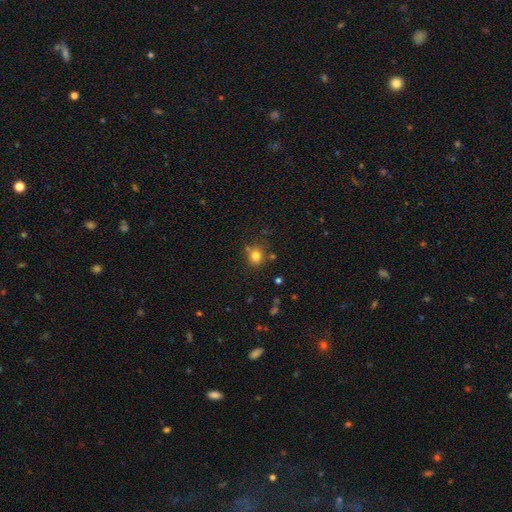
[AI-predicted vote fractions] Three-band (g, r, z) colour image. It shows a smooth galaxy with no disk features (80%) that is round (82%). Merging: none (75%).